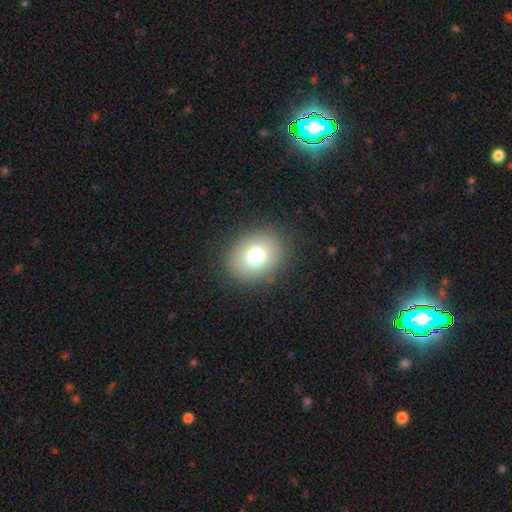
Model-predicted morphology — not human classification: Overall: smooth (75%). How rounded: round (59%; in between 40%). Merging: none (88%).